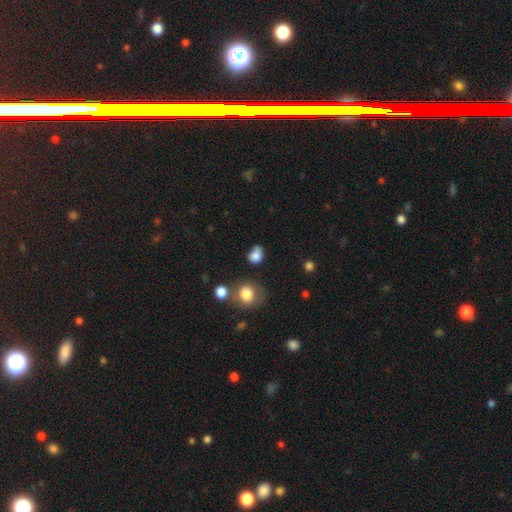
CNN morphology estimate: The model was most divided on "how rounded": round: 56%, in between: 43%, cigar-shaped: 1%. Remaining: smooth or featured — smooth (80%); merging — none (44%).